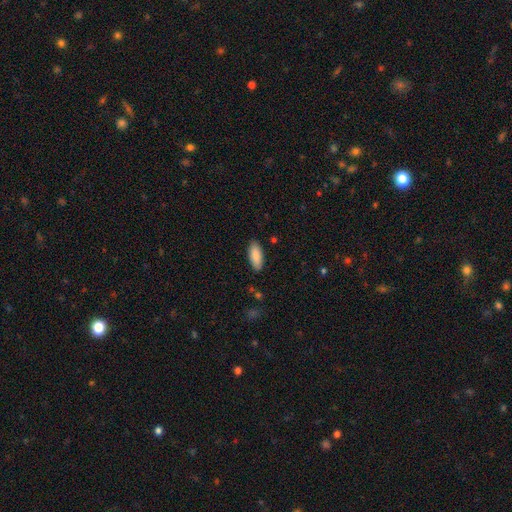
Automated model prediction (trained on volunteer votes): This appears to be a smooth galaxy with no disk features (87%) that is in between round and cigar-shaped (79%). Merging: none (87%).